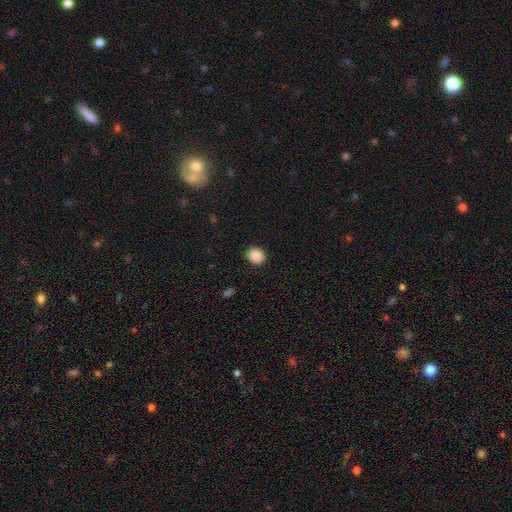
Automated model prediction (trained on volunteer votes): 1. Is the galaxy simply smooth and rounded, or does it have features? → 89% smooth, 9% star or artifact, 3% featured or disk.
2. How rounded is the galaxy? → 59% round, 40% in between, 1% cigar-shaped.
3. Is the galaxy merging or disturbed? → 91% none, 6% minor disturbance, 2% major disturbance, 1% merger.